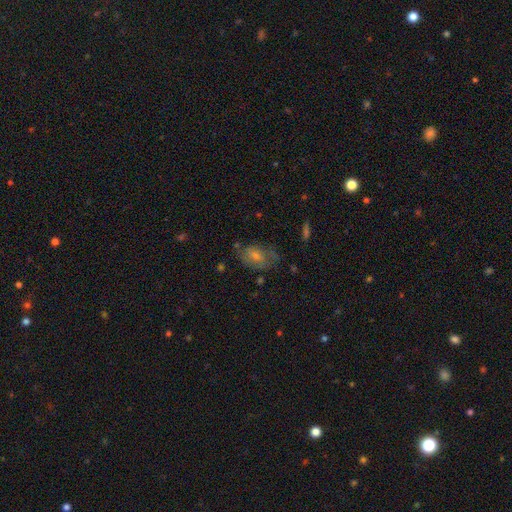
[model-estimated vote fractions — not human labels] Smooth or featured? Predicted: smooth (p=0.48). Merging? Predicted: none (p=0.56).